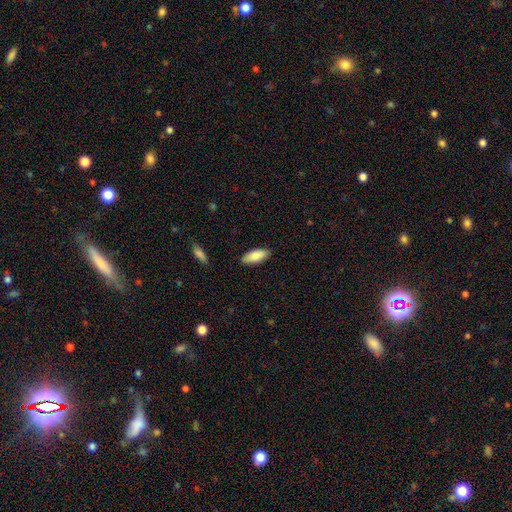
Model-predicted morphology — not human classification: The model was most divided on "how rounded": in between: 79%, cigar-shaped: 19%, round: 2%. More confident: merging — none (88%); smooth or featured — smooth (86%).